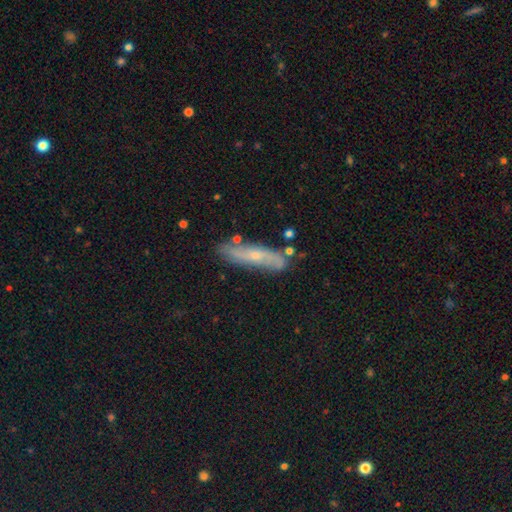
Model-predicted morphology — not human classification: A featured or disk galaxy (58%).

Vote fractions:
- Smooth or featured? featured or disk: 58% / smooth: 34% / star or artifact: 8%
- Edge-on disk? no: 52% / yes: 48%
- Merging? none: 75% / minor disturbance: 17% / merger: 4% / major disturbance: 4%